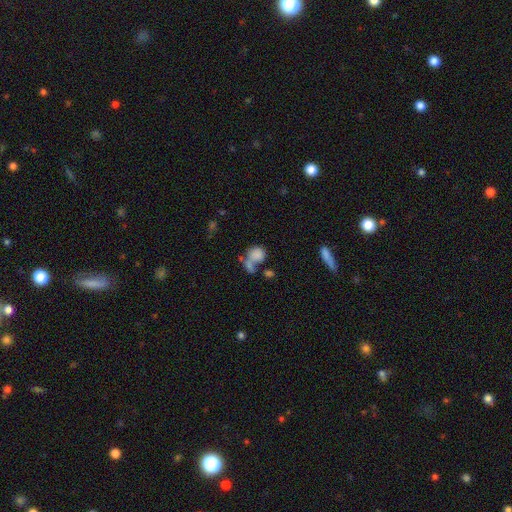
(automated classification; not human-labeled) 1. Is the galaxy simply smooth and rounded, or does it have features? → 75% smooth, 15% featured or disk, 10% star or artifact.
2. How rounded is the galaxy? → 63% round, 35% in between, 2% cigar-shaped.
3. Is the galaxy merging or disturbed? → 45% merger, 27% none, 16% major disturbance, 11% minor disturbance.